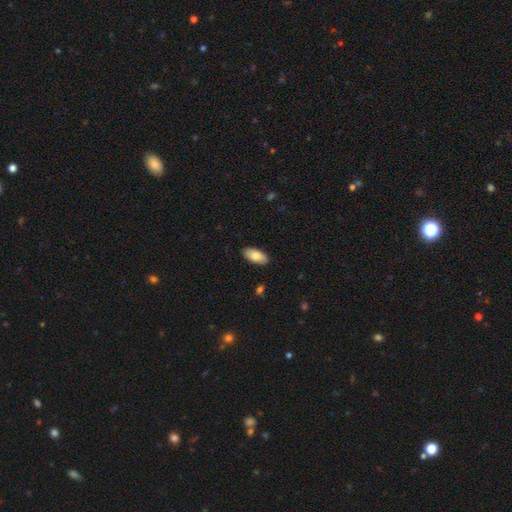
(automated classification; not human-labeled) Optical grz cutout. It shows a smooth galaxy with no disk features (82%) that is in between round and cigar-shaped (94%). Merging: none (89%).